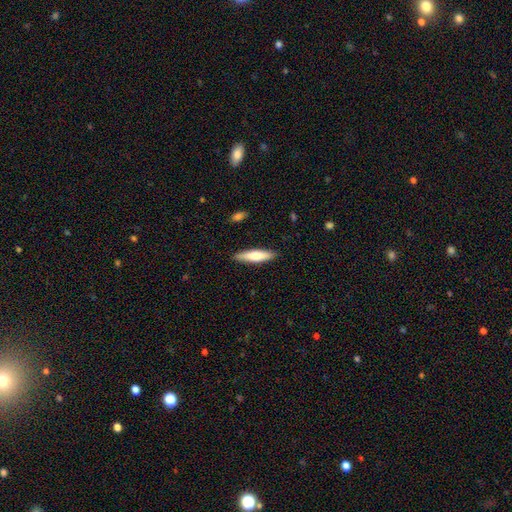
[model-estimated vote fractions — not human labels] Overall: smooth (72%). How rounded: cigar-shaped (72%). Merging: none (88%).